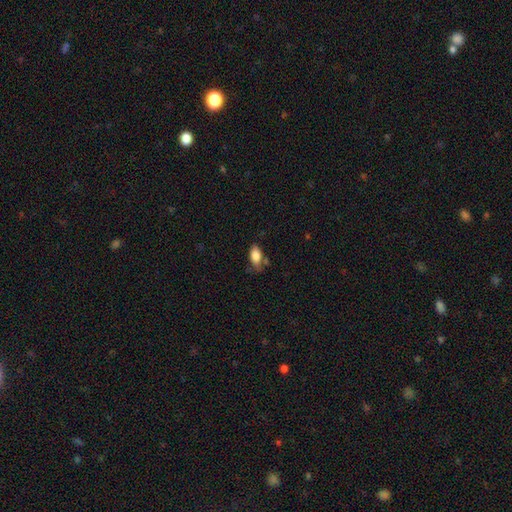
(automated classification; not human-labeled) This is clearly a smooth galaxy (83%). How rounded: clearly in between (91%). Merging: possibly none (58%).